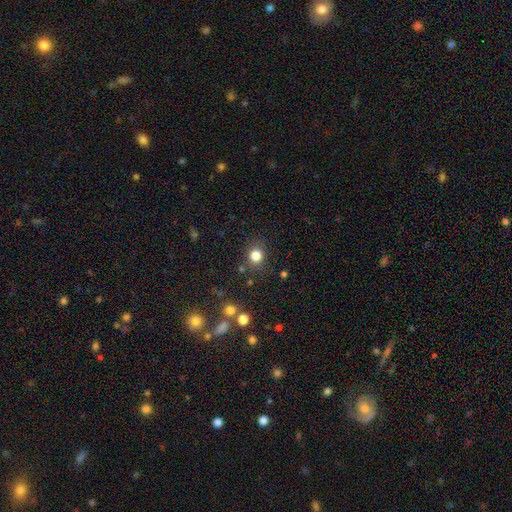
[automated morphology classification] The model was most divided on "how rounded": round: 80%, in between: 19%, cigar-shaped: 1%. More confident: merging — none (84%); smooth or featured — smooth (80%).